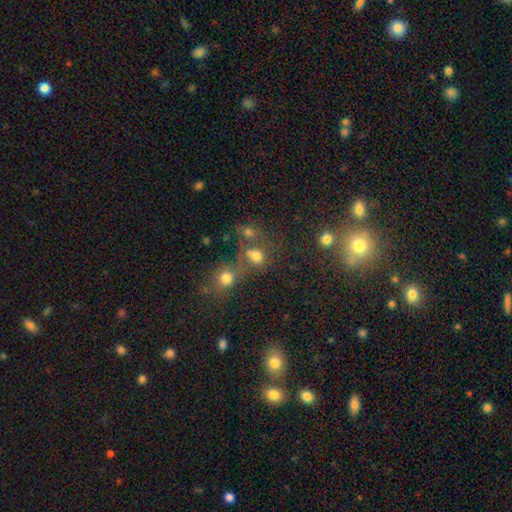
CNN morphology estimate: smooth_or_featured: smooth (p=0.72) [alt: star or artifact p=0.18]
how_rounded: round (p=0.69) [alt: in between p=0.29]
merging: merger (p=0.43) [alt: none p=0.40]